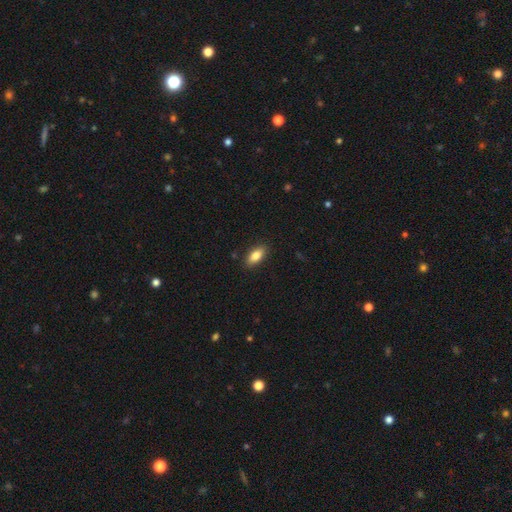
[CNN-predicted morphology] A smooth galaxy with no disk features (84%) that is in between round and cigar-shaped (87%).

Vote fractions:
- Smooth or featured? smooth: 84% / featured or disk: 9% / star or artifact: 7%
- How rounded? in between: 87% / cigar-shaped: 10% / round: 3%
- Merging? none: 88% / minor disturbance: 9% / major disturbance: 2% / merger: 1%